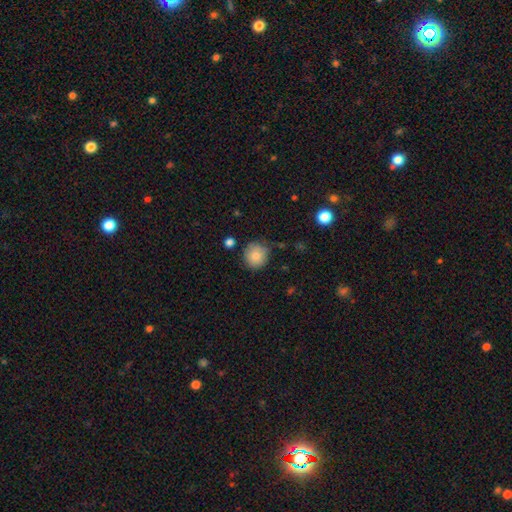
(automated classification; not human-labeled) Smooth or featured: smooth — 84% (star or artifact — 8%)
How rounded: round — 91% (in between — 8%)
Merging: none — 75% (minor disturbance — 18%)